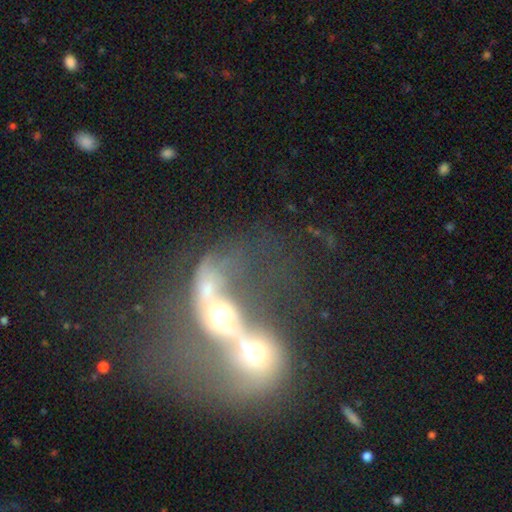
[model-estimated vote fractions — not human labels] smooth-or-featured: featured or disk: 62% | smooth: 26% | star or artifact: 12%
  disk-edge-on: no: 94% | yes: 6%
    bar: no: 69% | weak: 21% | strong: 10%
    has-spiral-arms: yes: 51% | no: 49%
    bulge-size: moderate: 52% | small: 22% | large: 15% | none: 7% | dominant: 5%
  merging: merger: 87% | major disturbance: 7% | none: 4% | minor disturbance: 2%